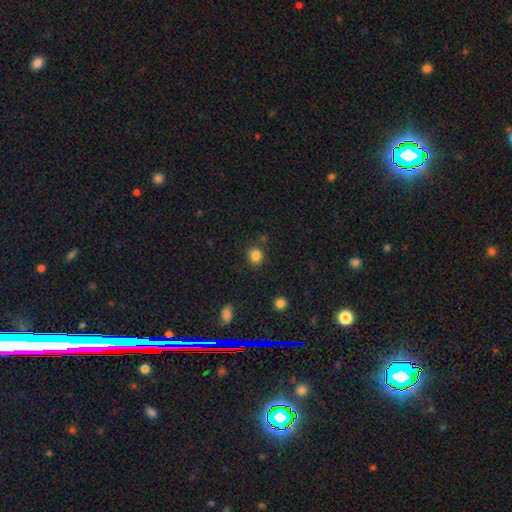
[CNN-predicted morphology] smooth 84%, star or artifact 11%, featured or disk 4%. Down the decision tree: how rounded — round (85%); merging — none (83%).